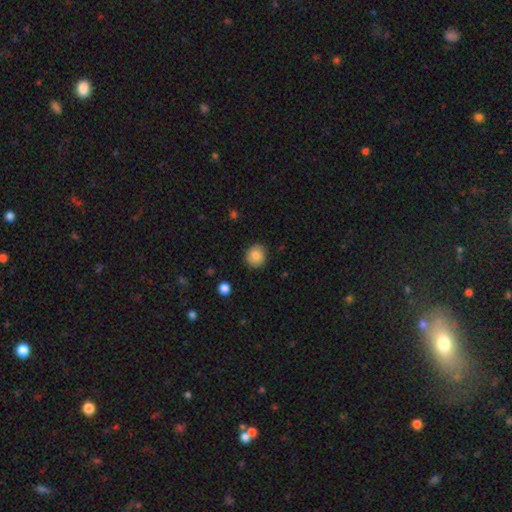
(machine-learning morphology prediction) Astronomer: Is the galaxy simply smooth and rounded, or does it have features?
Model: smooth — 85%.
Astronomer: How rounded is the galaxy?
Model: round — 87%.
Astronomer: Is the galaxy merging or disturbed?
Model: none — 90%.